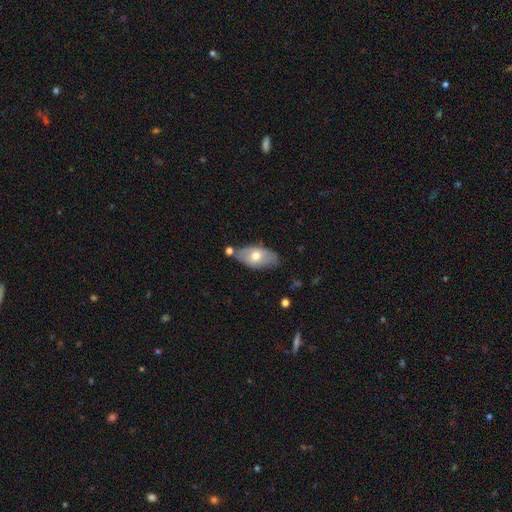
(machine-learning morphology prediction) A smooth galaxy with no disk features (59%) that is in between round and cigar-shaped (91%). Merging: none (65%).